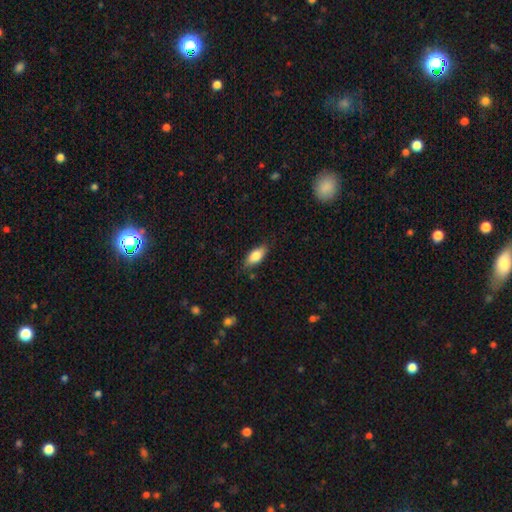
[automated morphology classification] Smooth or featured: smooth — 80% (featured or disk — 13%)
How rounded: in between — 83% (cigar-shaped — 14%)
Merging: none — 80% (minor disturbance — 15%)